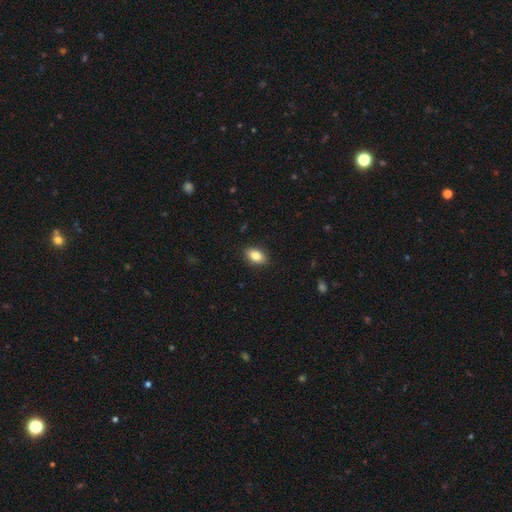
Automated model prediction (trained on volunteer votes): Q: Smooth or featured?
A: smooth (82%); runner-up: featured or disk (10%)
Q: How rounded?
A: in between (89%); runner-up: round (9%)
Q: Merging?
A: none (89%); runner-up: minor disturbance (8%)